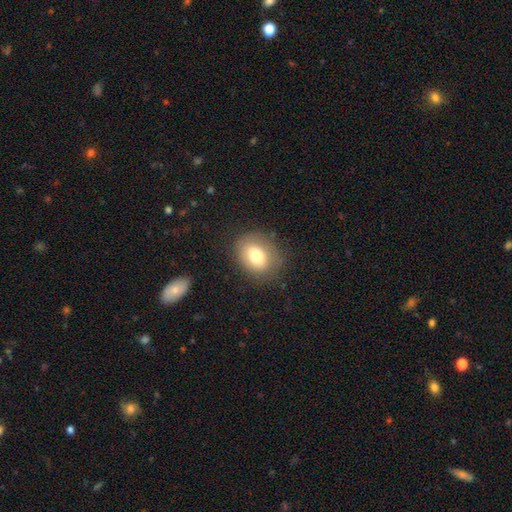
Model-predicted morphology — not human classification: Smooth or featured? Predicted: smooth (p=0.76). How rounded? Predicted: round (p=0.53). Merging? Predicted: none (p=0.78).